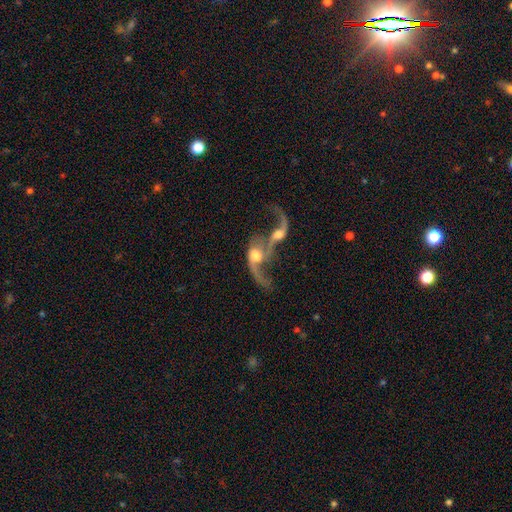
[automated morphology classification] Smooth or featured? Predicted: featured or disk (p=0.71). Edge-on disk? Predicted: no (p=0.93). Bar? Predicted: no (p=0.66). Spiral arms? Predicted: yes (p=0.77). Spiral winding? Predicted: loose (p=0.88). Spiral arm count? Predicted: 2 (p=0.49). Bulge size? Predicted: moderate (p=0.54). Merging? Predicted: merger (p=0.80).